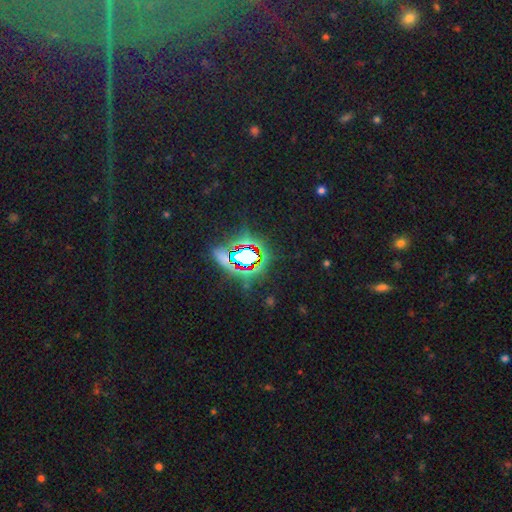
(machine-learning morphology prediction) star or artifact 76%, smooth 14%, featured or disk 9%.